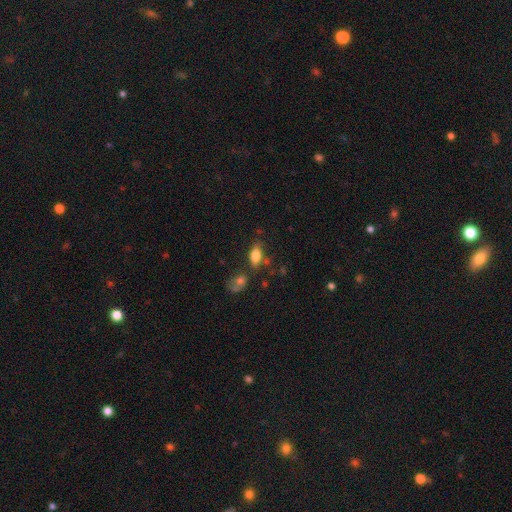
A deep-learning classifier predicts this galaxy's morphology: Overall: smooth (77%). How rounded: in between (85%). Merging: none (61%).